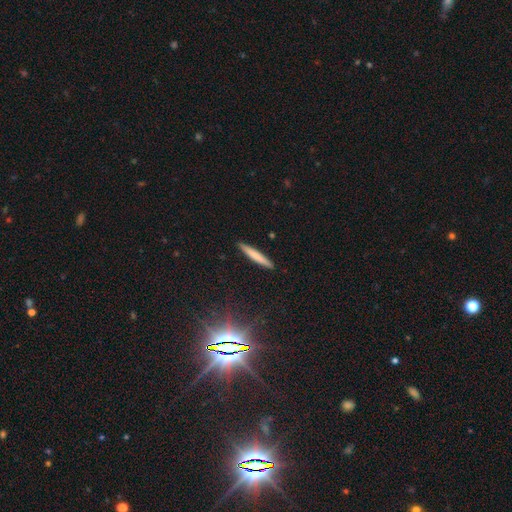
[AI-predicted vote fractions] This is likely a smooth galaxy (72%). How rounded: clearly cigar-shaped (95%). Merging: clearly none (91%).